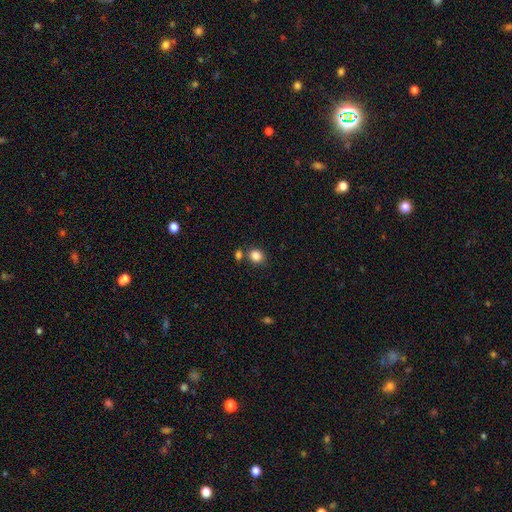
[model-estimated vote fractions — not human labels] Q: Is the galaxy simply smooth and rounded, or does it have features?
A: smooth — 85%.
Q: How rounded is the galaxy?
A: round — 69%.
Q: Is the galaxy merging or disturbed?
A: none — 71%.